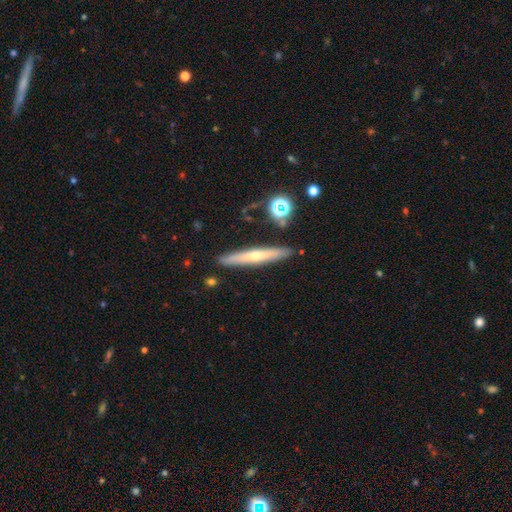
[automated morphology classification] This is possibly a featured or disk galaxy (50%). Merging: clearly none (88%).